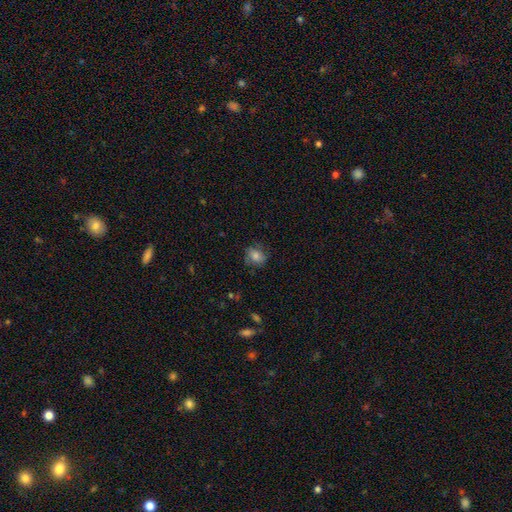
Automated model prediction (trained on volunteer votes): Smooth or featured: smooth — 67% (featured or disk — 22%)
How rounded: round — 63% (in between — 36%)
Merging: none — 68% (minor disturbance — 22%)